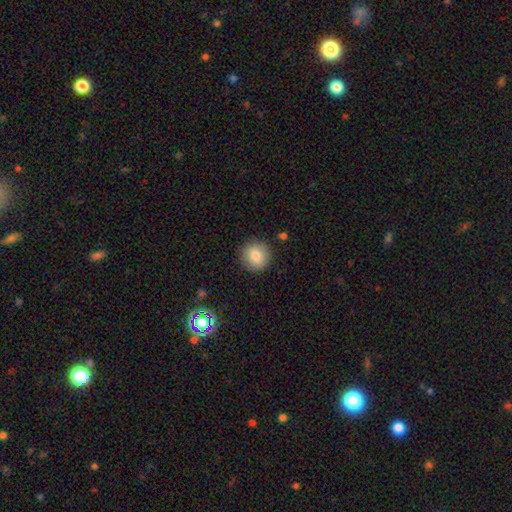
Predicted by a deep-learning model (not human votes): A smooth galaxy with no disk features (83%) that is round (93%).

Vote fractions:
- Smooth or featured? smooth: 83% / star or artifact: 9% / featured or disk: 8%
- How rounded? round: 93% / in between: 6% / cigar-shaped: 1%
- Merging? none: 90% / minor disturbance: 7% / major disturbance: 2% / merger: 1%